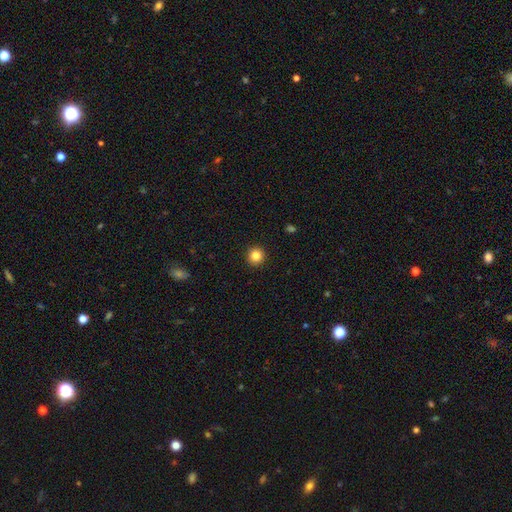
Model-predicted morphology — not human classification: Smooth or featured: smooth — 84% (star or artifact — 11%)
How rounded: round — 95% (in between — 4%)
Merging: none — 93% (minor disturbance — 4%)